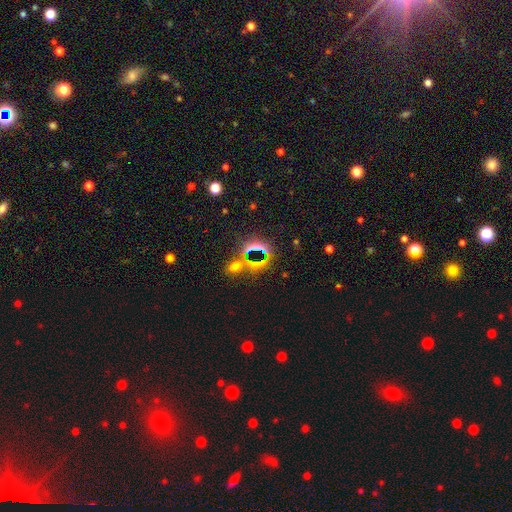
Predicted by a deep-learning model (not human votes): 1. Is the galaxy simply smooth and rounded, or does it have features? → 54% star or artifact, 34% smooth, 13% featured or disk.